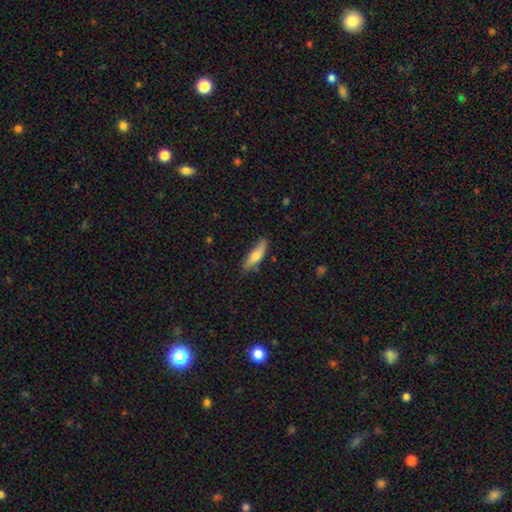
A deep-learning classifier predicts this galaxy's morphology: The model was most divided on "how rounded": cigar-shaped: 63%, in between: 35%, round: 2%. More confident: merging — none (74%); smooth or featured — smooth (65%).